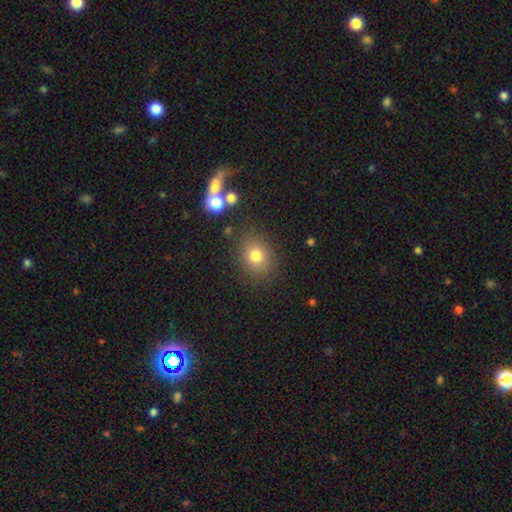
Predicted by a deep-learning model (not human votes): smooth 78%, star or artifact 13%, featured or disk 9%. Down the decision tree: how rounded — round (67%); merging — none (81%).